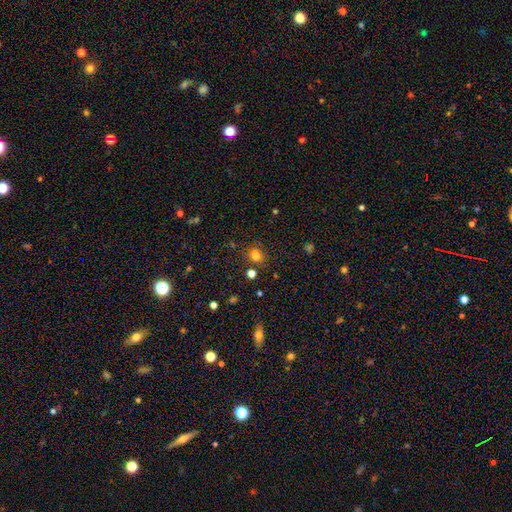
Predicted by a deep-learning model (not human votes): smooth-or-featured: smooth: 74% | star or artifact: 19% | featured or disk: 7%
  how-rounded: round: 66% | in between: 32% | cigar-shaped: 1%
  merging: none: 75% | minor disturbance: 13% | merger: 7% | major disturbance: 5%